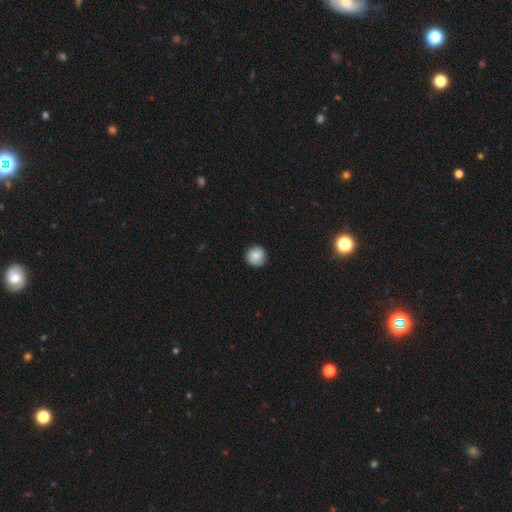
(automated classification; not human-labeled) This appears to be a smooth galaxy with no disk features (82%) that is round (94%). Merging: none (87%).